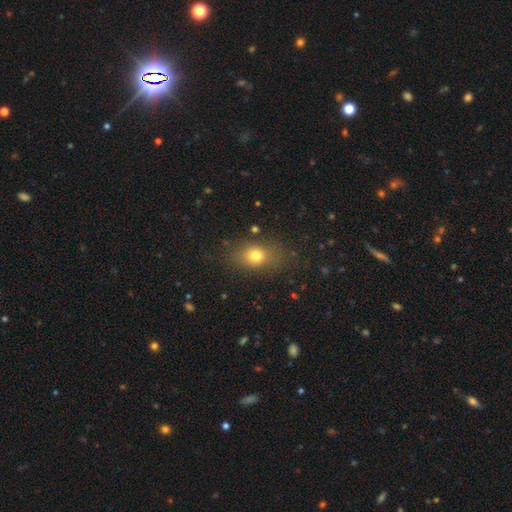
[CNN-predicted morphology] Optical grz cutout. It shows a smooth galaxy with no disk features (76%) that is in between round and cigar-shaped (63%). Merging: none (76%).